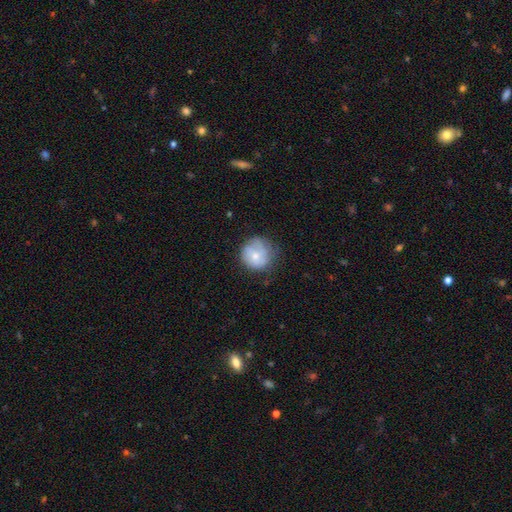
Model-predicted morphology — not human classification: This appears to be a smooth galaxy with no disk features (68%) that is round (88%). Merging: none (59%).